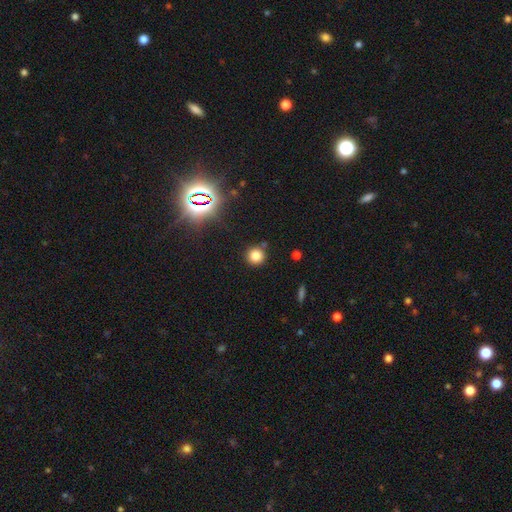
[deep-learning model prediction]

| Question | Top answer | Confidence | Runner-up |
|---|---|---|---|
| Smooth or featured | smooth | 79% | star or artifact (16%) |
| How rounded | round | 94% | in between (5%) |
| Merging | none | 85% | minor disturbance (8%) |